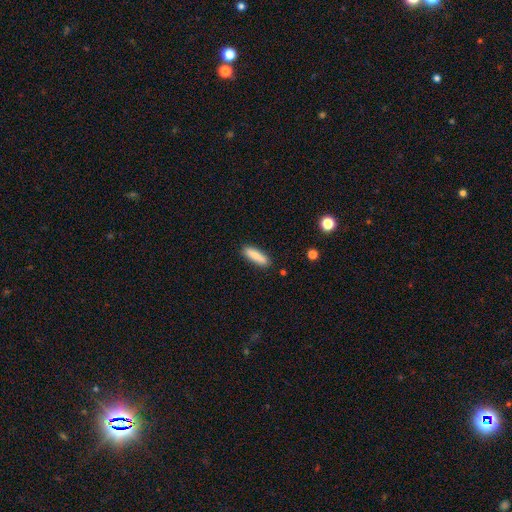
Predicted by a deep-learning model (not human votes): smooth-or-featured: smooth: 84% | featured or disk: 10% | star or artifact: 6%
  how-rounded: cigar-shaped: 65% | in between: 33% | round: 2%
  merging: none: 88% | minor disturbance: 9% | major disturbance: 2% | merger: 2%